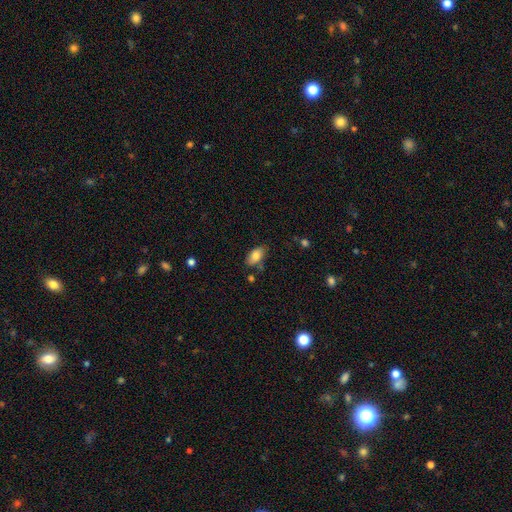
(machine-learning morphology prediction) Smooth or featured: smooth — 82% (featured or disk — 10%)
How rounded: in between — 92% (round — 4%)
Merging: none — 74% (minor disturbance — 17%)